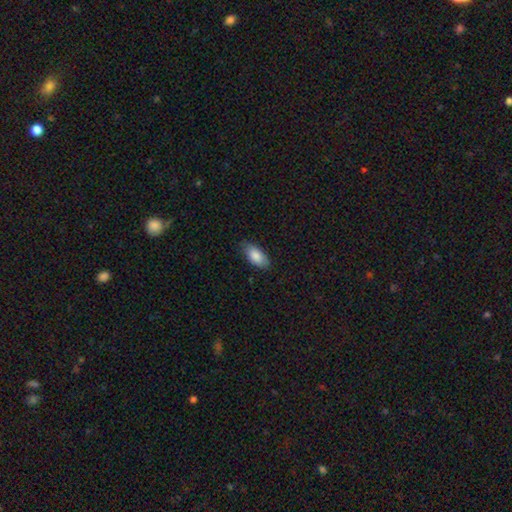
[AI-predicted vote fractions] Smooth or featured?
  - smooth: 85% *
  - featured or disk: 9%
  - star or artifact: 6%
How rounded?
  - in between: 91% *
  - cigar-shaped: 7%
  - round: 2%
Merging?
  - none: 78% *
  - minor disturbance: 18%
  - major disturbance: 3%
  - merger: 1%